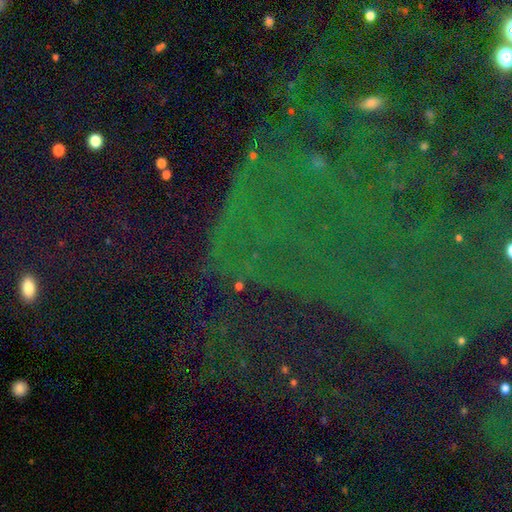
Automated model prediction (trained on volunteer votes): The model was most divided on "smooth or featured": star or artifact: 80%, featured or disk: 10%, smooth: 10%.